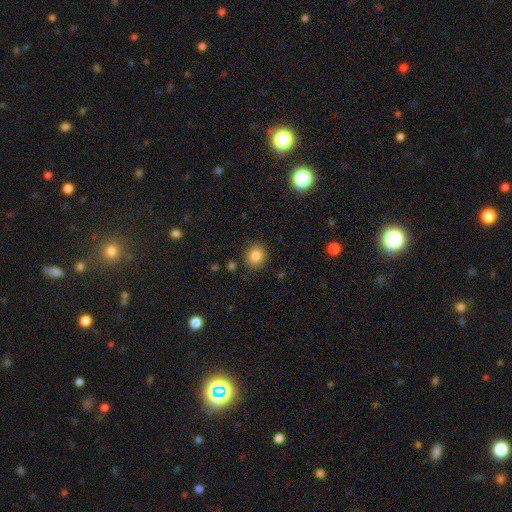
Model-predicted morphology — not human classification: Q: Smooth or featured?
A: smooth (83%); runner-up: star or artifact (10%)
Q: How rounded?
A: round (84%); runner-up: in between (16%)
Q: Merging?
A: none (88%); runner-up: minor disturbance (8%)